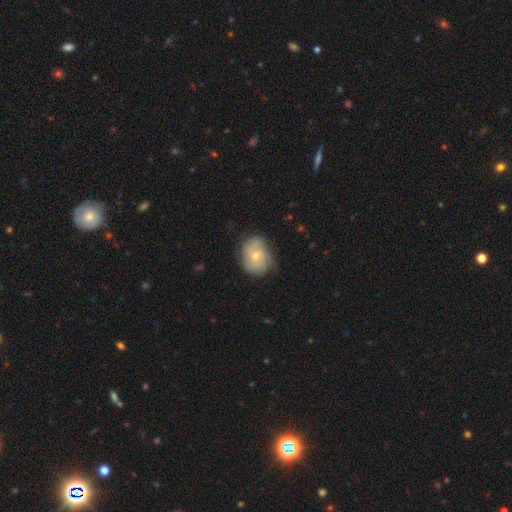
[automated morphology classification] Smooth or featured: smooth — 51% (featured or disk — 42%)
How rounded: in between — 54% (round — 45%)
Merging: none — 65% (minor disturbance — 27%)